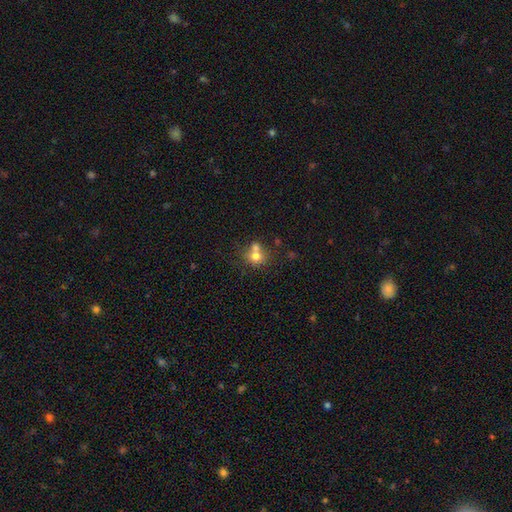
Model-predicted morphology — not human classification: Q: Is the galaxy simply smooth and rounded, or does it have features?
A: smooth — 71%.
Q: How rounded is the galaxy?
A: round — 77%.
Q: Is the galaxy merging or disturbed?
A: merger — 44%.